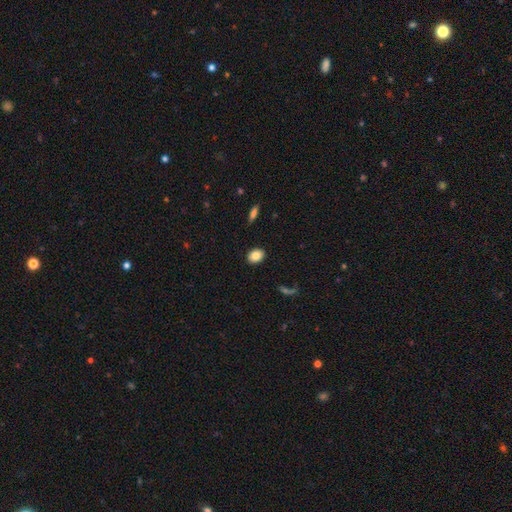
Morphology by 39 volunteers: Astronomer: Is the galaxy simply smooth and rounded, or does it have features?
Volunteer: smooth — 87%.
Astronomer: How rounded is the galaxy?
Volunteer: in between — 79%.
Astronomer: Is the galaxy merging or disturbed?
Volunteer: none — 89%.